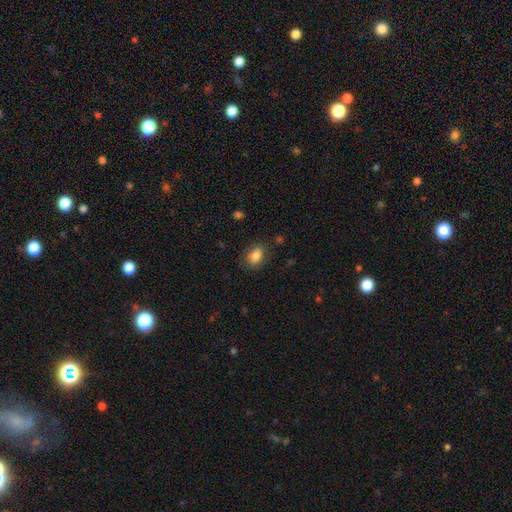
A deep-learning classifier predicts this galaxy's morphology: type=smooth (81%); roundness=in between (81%); merging=none (76%).